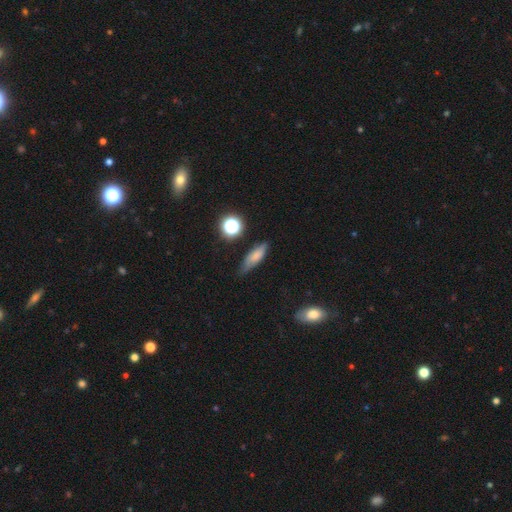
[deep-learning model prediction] The model was most divided on "how rounded": in between: 51%, cigar-shaped: 43%, round: 6%. More confident: smooth or featured — smooth (71%); merging — none (68%).